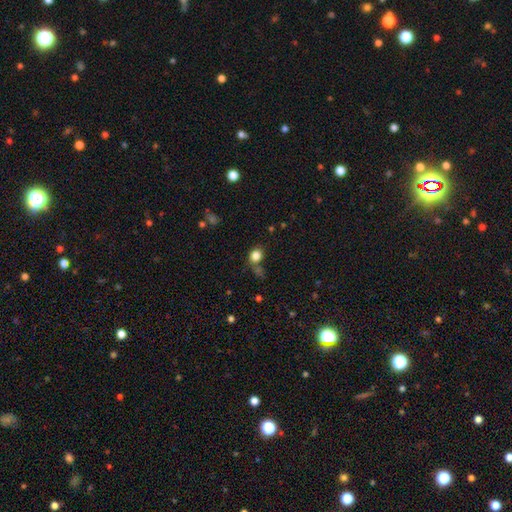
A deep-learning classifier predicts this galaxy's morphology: Q: Smooth or featured?
A: smooth (81%); runner-up: star or artifact (13%)
Q: How rounded?
A: round (71%); runner-up: in between (28%)
Q: Merging?
A: none (59%); runner-up: minor disturbance (18%)